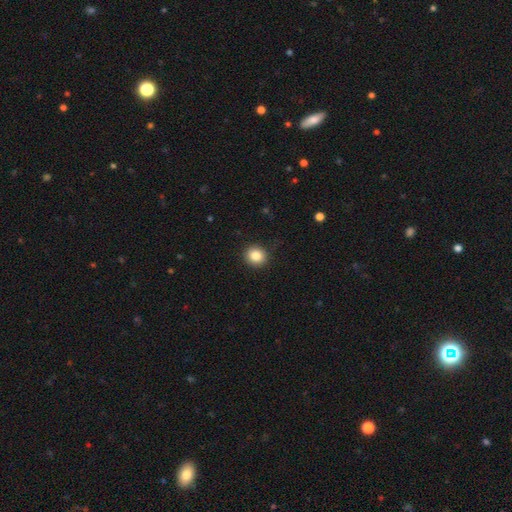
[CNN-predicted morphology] Overall: smooth (85%). How rounded: round (86%). Merging: none (90%).